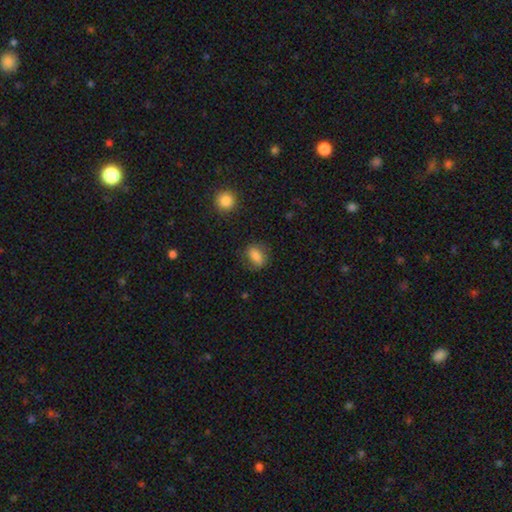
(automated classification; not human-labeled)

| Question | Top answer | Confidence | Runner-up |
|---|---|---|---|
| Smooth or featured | smooth | 80% | featured or disk (11%) |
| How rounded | in between | 74% | round (22%) |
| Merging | none | 75% | minor disturbance (17%) |